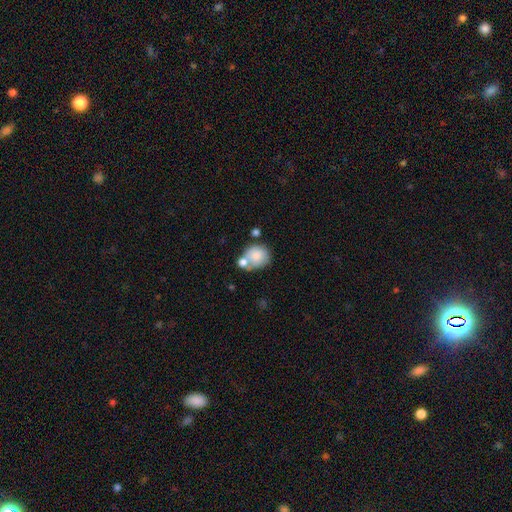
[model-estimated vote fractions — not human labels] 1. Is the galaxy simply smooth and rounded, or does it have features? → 78% smooth, 15% featured or disk, 8% star or artifact.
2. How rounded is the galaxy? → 72% round, 27% in between, 1% cigar-shaped.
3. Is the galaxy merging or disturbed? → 42% none, 35% merger, 16% minor disturbance, 7% major disturbance.